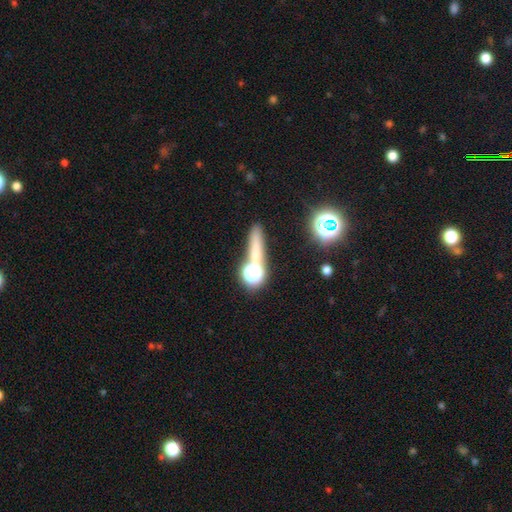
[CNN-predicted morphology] A smooth galaxy with no disk features (57%) that is cigar-shaped (62%).

Vote fractions:
- Smooth or featured? smooth: 57% / star or artifact: 27% / featured or disk: 16%
- How rounded? cigar-shaped: 62% / round: 23% / in between: 15%
- Merging? none: 70% / merger: 14% / minor disturbance: 11% / major disturbance: 5%